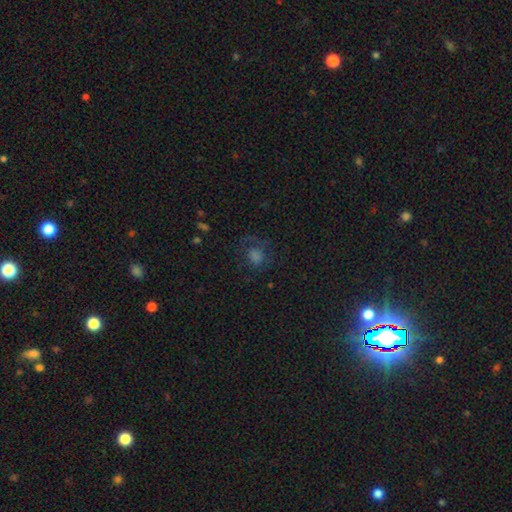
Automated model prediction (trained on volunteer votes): Morphology: type=smooth (44%); merging=none (54%).